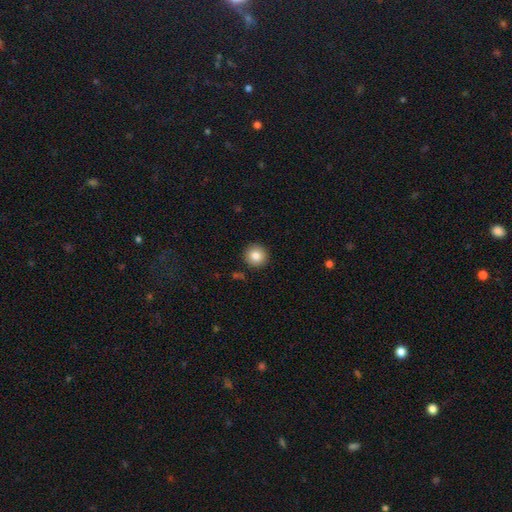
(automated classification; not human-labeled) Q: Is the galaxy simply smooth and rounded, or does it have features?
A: smooth — 83%.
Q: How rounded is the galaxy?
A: round — 95%.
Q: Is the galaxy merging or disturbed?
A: none — 91%.